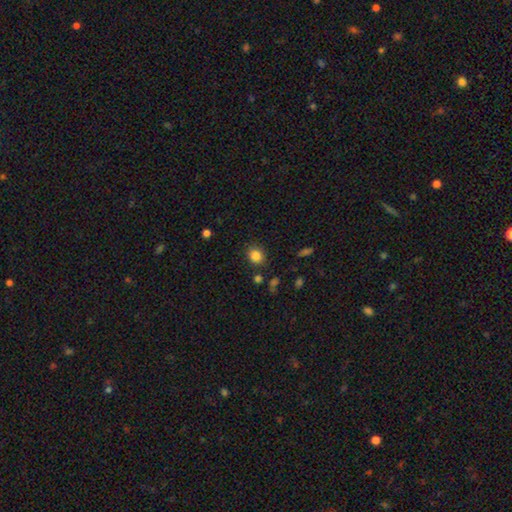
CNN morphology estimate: smooth_or_featured: smooth (p=0.84) [alt: star or artifact p=0.11]
how_rounded: round (p=0.72) [alt: in between p=0.28]
merging: none (p=0.84) [alt: minor disturbance p=0.10]